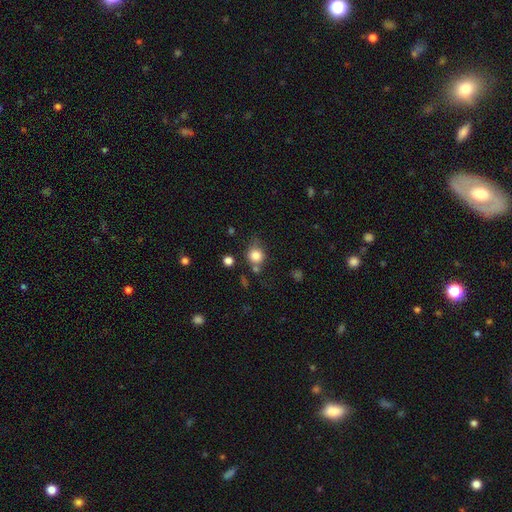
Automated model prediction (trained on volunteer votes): A smooth galaxy with no disk features (82%) that is round (84%). Merging: none (63%).